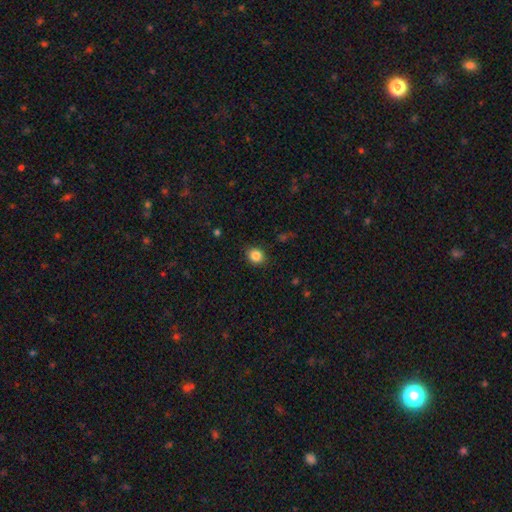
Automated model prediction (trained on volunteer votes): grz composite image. It shows a smooth galaxy with no disk features (85%) that is round (72%). Merging: none (86%).